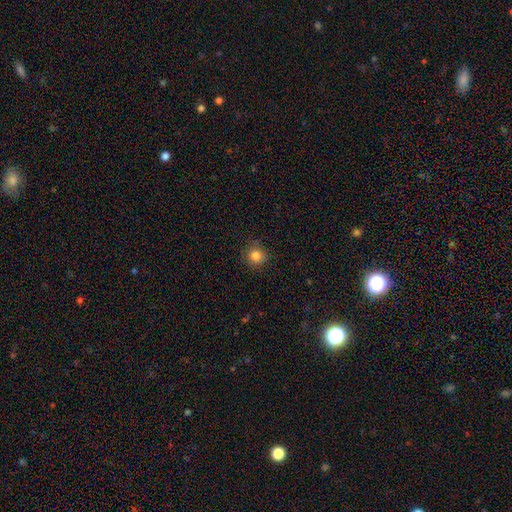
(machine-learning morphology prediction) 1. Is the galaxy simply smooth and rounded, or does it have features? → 83% smooth, 12% star or artifact, 5% featured or disk.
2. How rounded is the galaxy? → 91% round, 8% in between, 1% cigar-shaped.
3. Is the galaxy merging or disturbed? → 87% none, 9% minor disturbance, 2% major disturbance, 1% merger.